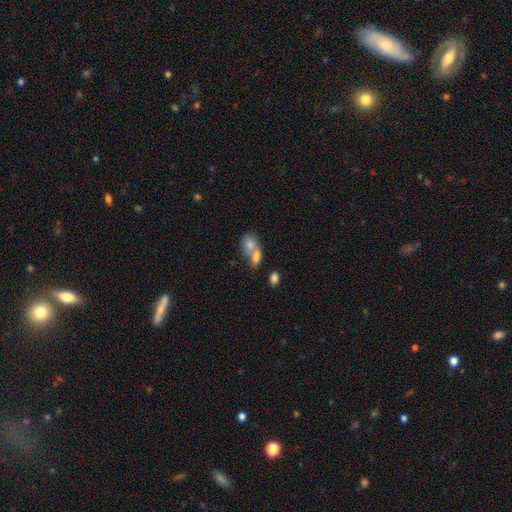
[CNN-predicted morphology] smooth-or-featured: smooth: 76% | featured or disk: 15% | star or artifact: 9%
  how-rounded: in between: 71% | round: 26% | cigar-shaped: 3%
  merging: merger: 65% | none: 24% | minor disturbance: 8% | major disturbance: 4%